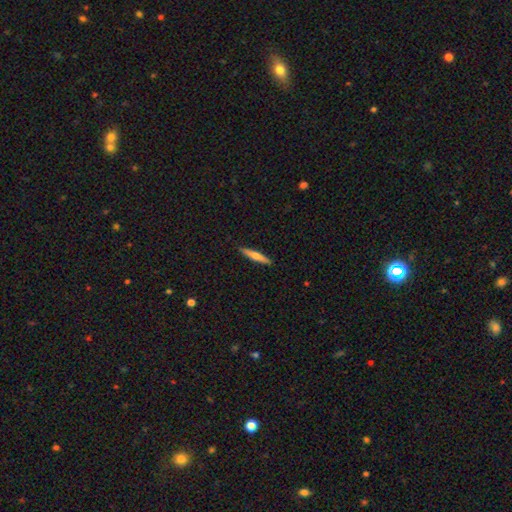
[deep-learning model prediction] A smooth galaxy with no disk features (51%) that is cigar-shaped (90%).

Vote fractions:
- Smooth or featured? smooth: 51% / featured or disk: 43% / star or artifact: 6%
- How rounded? cigar-shaped: 90% / in between: 9% / round: 2%
- Merging? none: 91% / minor disturbance: 7% / major disturbance: 1% / merger: 1%